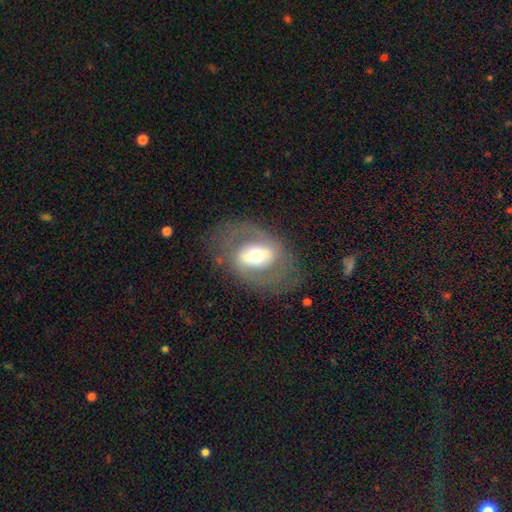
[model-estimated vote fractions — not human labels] Morphology: type=featured or disk (64%); edge-on=no (93%); bar=strong (37%); spiral arms=no (54%); bulge=moderate (60%); merging=none (71%).